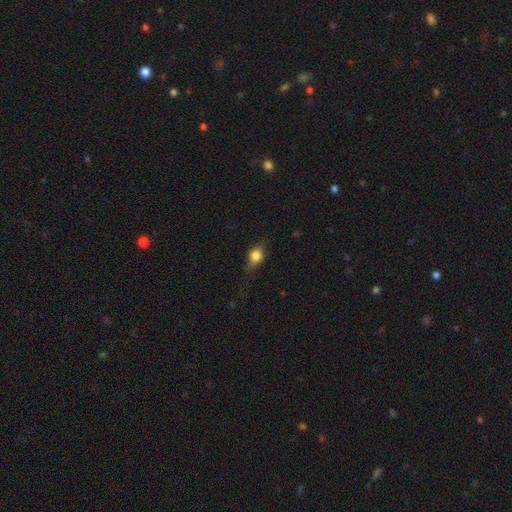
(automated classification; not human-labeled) Morphology: type=smooth (64%); roundness=in between (50%); merging=none (65%).